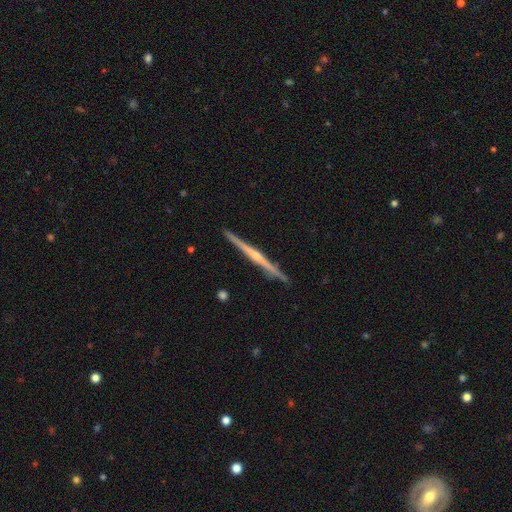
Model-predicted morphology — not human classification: A featured or disk galaxy (79%) viewed edge-on (98%) with a rounded central bulge (62%). Merging: none (91%).